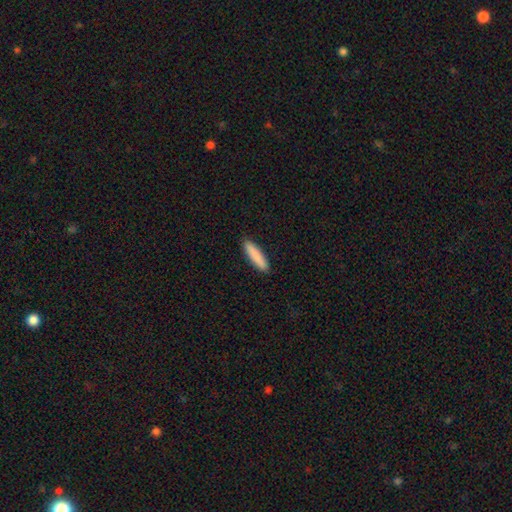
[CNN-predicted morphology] This appears to be a smooth galaxy with no disk features (88%) that is cigar-shaped (80%). Merging: none (91%).